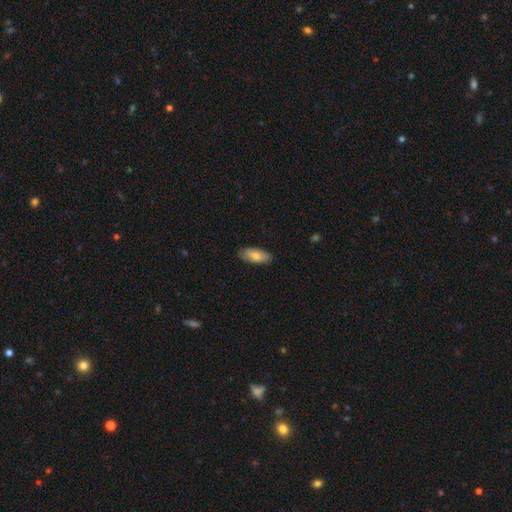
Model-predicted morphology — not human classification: smooth-or-featured: smooth: 79% | featured or disk: 15% | star or artifact: 6%
  how-rounded: in between: 87% | cigar-shaped: 11% | round: 2%
  merging: none: 85% | minor disturbance: 12% | major disturbance: 2% | merger: 1%